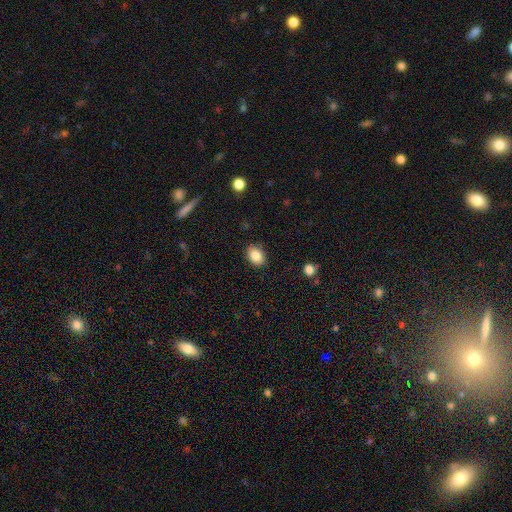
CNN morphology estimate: Smooth or featured? Predicted: smooth (p=0.86). How rounded? Predicted: in between (p=0.63). Merging? Predicted: none (p=0.86).